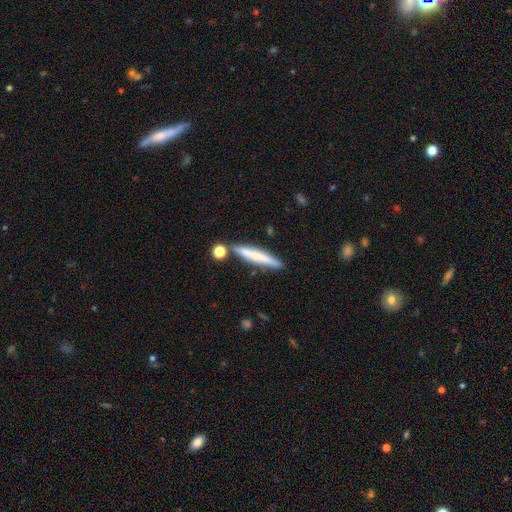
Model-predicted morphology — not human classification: Smooth or featured?
  - smooth: 61% *
  - featured or disk: 33%
  - star or artifact: 7%
How rounded?
  - cigar-shaped: 93% *
  - in between: 5%
  - round: 2%
Merging?
  - none: 77% *
  - minor disturbance: 12%
  - merger: 9%
  - major disturbance: 3%